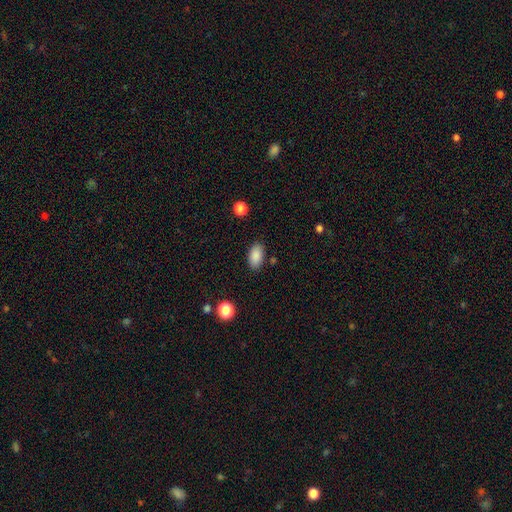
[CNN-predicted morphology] The model was most divided on "merging": none: 86%, minor disturbance: 10%, major disturbance: 3%, merger: 2%. More confident: how rounded — in between (93%); smooth or featured — smooth (88%).